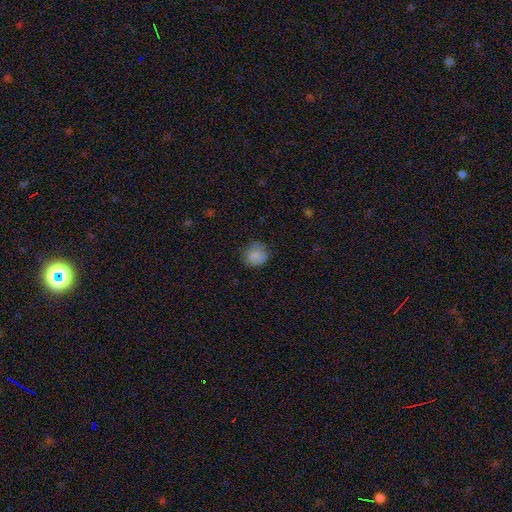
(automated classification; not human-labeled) Smooth or featured? Predicted: smooth (p=0.83). How rounded? Predicted: round (p=0.83). Merging? Predicted: none (p=0.74).